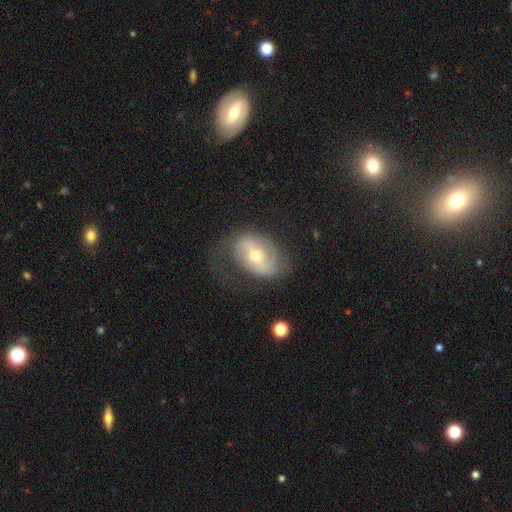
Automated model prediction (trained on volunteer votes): Morphology: type=featured or disk (63%); edge-on=no (94%); bar=weak (36%); spiral arms=yes (67%); bulge=moderate (61%); merging=none (58%).